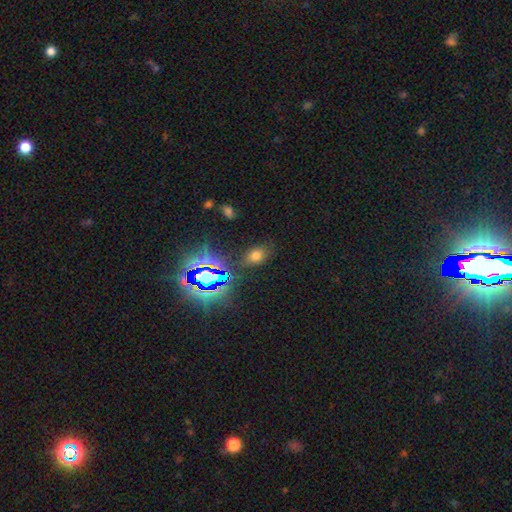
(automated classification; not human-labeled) Smooth or featured?
  - smooth: 59% *
  - star or artifact: 32%
  - featured or disk: 9%
How rounded?
  - in between: 76% *
  - round: 22%
  - cigar-shaped: 2%
Merging?
  - none: 78% *
  - minor disturbance: 14%
  - major disturbance: 5%
  - merger: 3%